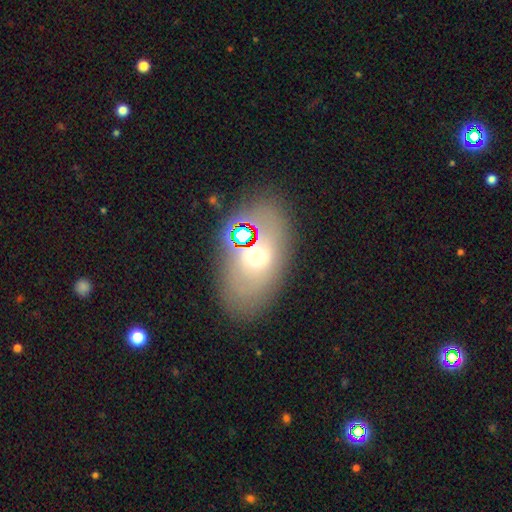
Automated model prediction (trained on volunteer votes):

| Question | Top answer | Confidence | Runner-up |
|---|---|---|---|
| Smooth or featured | smooth | 53% | featured or disk (26%) |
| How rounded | in between | 77% | round (20%) |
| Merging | none | 63% | minor disturbance (16%) |